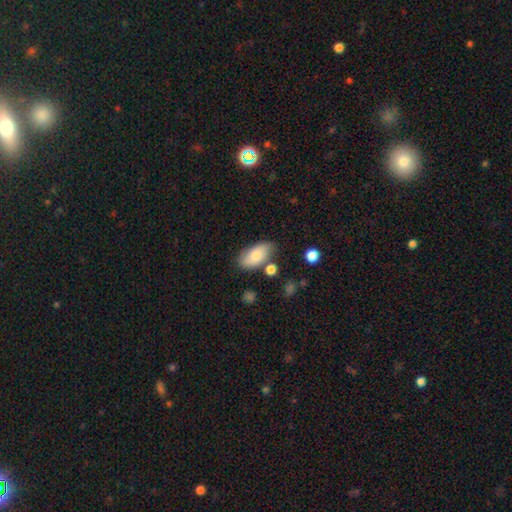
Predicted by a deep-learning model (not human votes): Overall: smooth (75%). How rounded: in between (93%). Merging: none (68%).